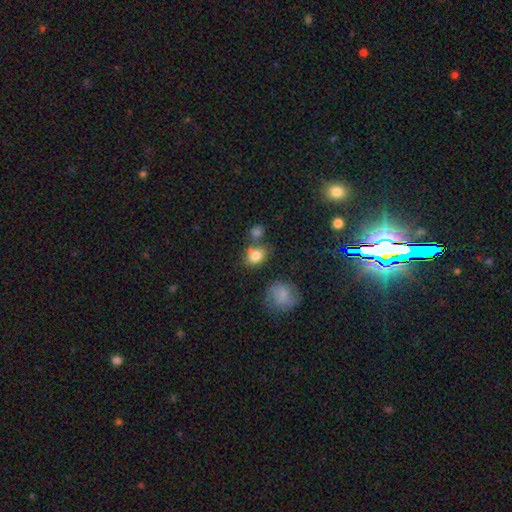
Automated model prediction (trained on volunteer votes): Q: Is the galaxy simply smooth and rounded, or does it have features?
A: smooth — 80%.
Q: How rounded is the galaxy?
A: in between — 59%.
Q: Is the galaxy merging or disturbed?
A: none — 55%.